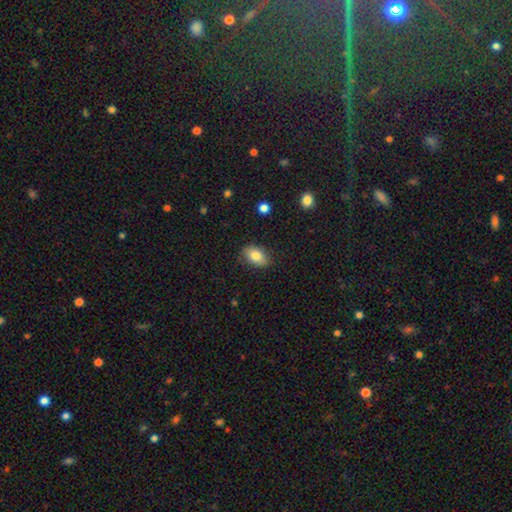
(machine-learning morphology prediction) This appears to be a smooth galaxy with no disk features (81%) that is in between round and cigar-shaped (87%). Merging: none (81%).